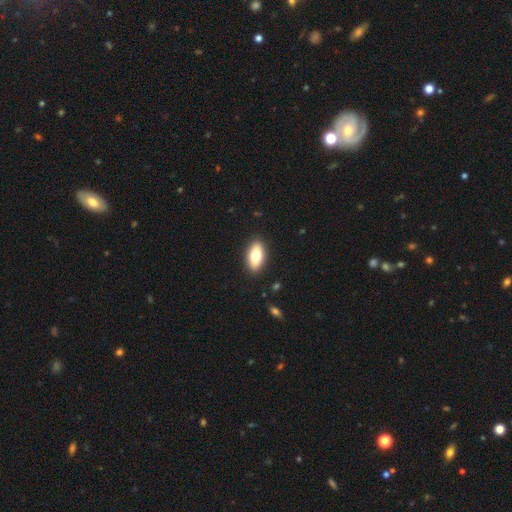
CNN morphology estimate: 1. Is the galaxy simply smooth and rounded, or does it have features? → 74% smooth, 19% featured or disk, 7% star or artifact.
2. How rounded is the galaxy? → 88% in between, 8% cigar-shaped, 4% round.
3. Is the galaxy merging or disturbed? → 89% none, 8% minor disturbance, 2% major disturbance, 1% merger.